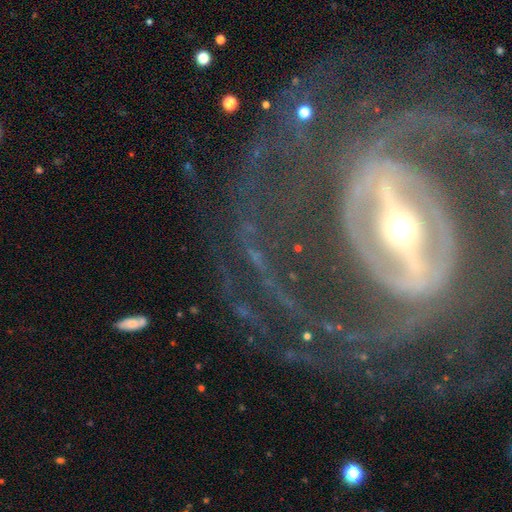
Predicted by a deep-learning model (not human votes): Smooth or featured? Predicted: featured or disk (p=0.91). Edge-on disk? Predicted: no (p=0.94). Bar? Predicted: strong (p=0.81). Spiral arms? Predicted: yes (p=0.91). Spiral winding? Predicted: tight (p=0.42). Spiral arm count? Predicted: 2 (p=0.52). Bulge size? Predicted: small (p=0.46). Merging? Predicted: none (p=0.63).